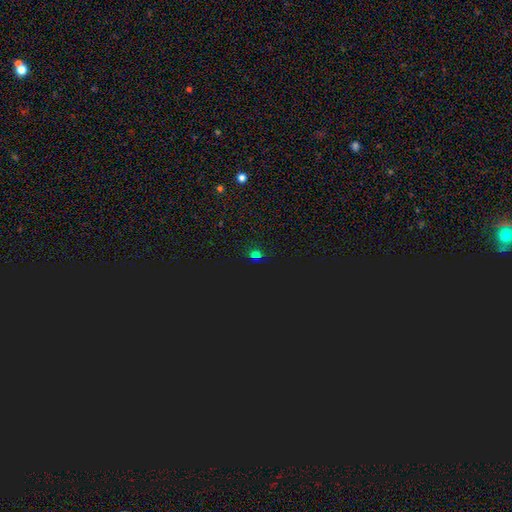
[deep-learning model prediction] Smooth or featured? star or artifact (55%)